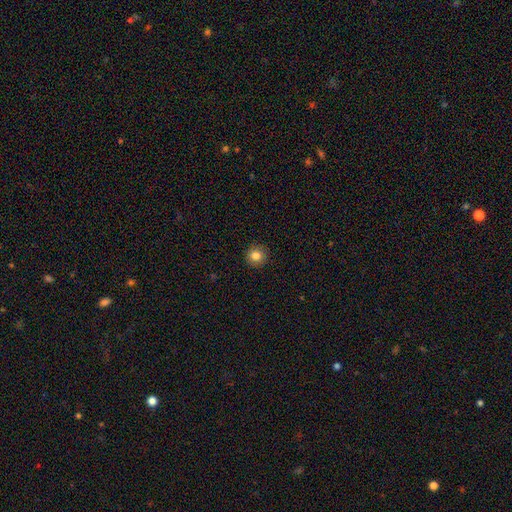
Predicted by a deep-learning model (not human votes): Smooth or featured?
  - smooth: 83% *
  - star or artifact: 11%
  - featured or disk: 6%
How rounded?
  - round: 94% *
  - in between: 5%
  - cigar-shaped: 1%
Merging?
  - none: 92% *
  - minor disturbance: 6%
  - major disturbance: 2%
  - merger: 1%